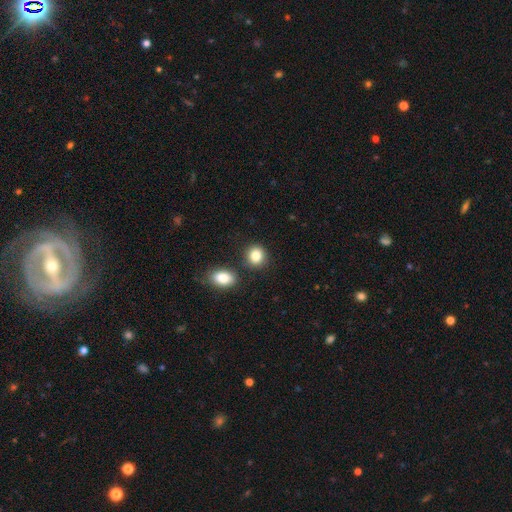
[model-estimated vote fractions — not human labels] smooth_or_featured: smooth (p=0.85) [alt: star or artifact p=0.09]
how_rounded: round (p=0.74) [alt: in between p=0.25]
merging: none (p=0.78) [alt: merger p=0.10]